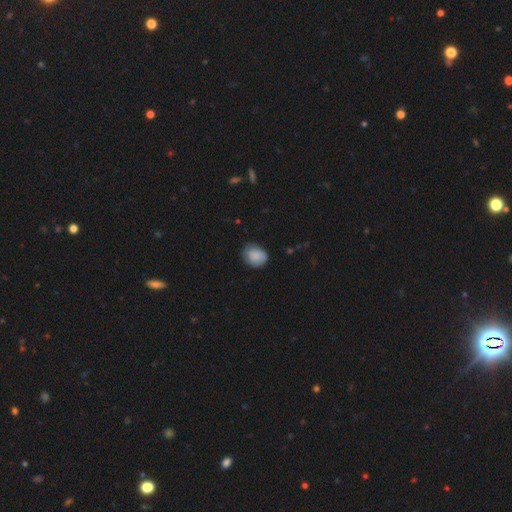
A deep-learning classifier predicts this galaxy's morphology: Smooth or featured?
  - smooth: 86% *
  - star or artifact: 8%
  - featured or disk: 6%
How rounded?
  - round: 53% *
  - in between: 46%
  - cigar-shaped: 1%
Merging?
  - none: 71% *
  - minor disturbance: 24%
  - major disturbance: 4%
  - merger: 1%